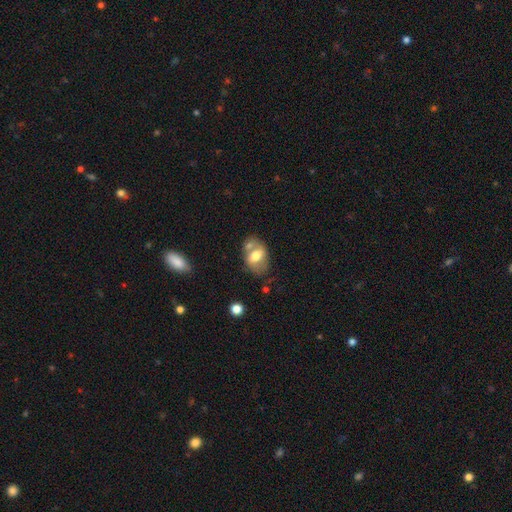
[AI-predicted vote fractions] Morphology: type=smooth (58%); roundness=in between (79%); merging=none (44%).